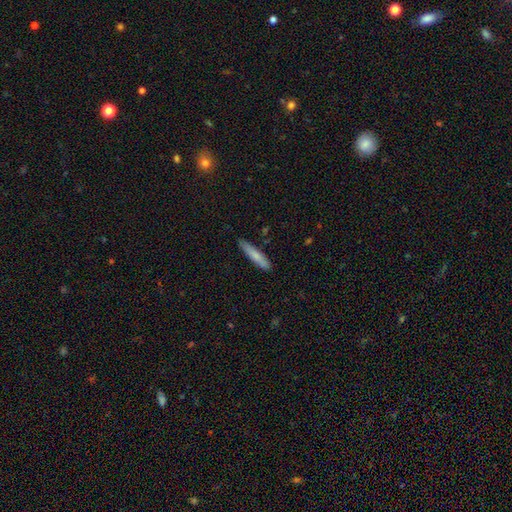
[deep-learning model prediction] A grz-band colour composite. It shows a smooth galaxy with no disk features (76%) that is cigar-shaped (89%). Merging: none (82%).